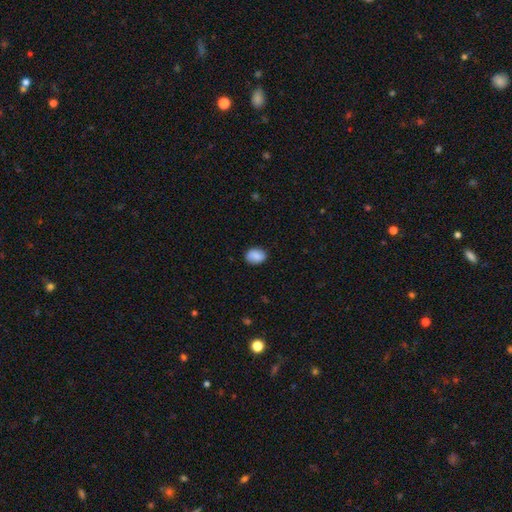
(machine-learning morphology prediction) Smooth or featured? smooth (83%)
How rounded? in between (65%)
Merging? none (82%)